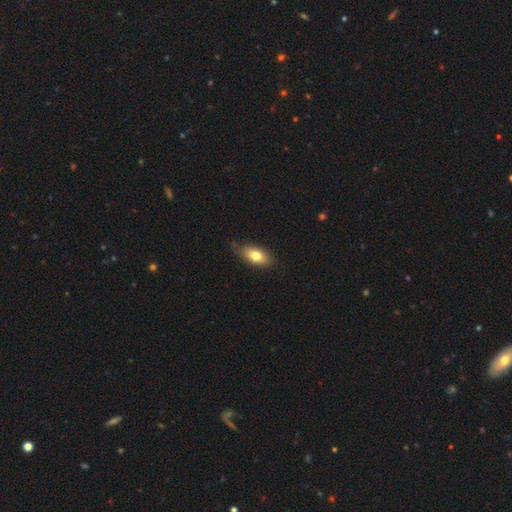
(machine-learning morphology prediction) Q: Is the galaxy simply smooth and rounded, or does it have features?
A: smooth — 77%.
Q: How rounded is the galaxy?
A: in between — 87%.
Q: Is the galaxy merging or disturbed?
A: none — 76%.